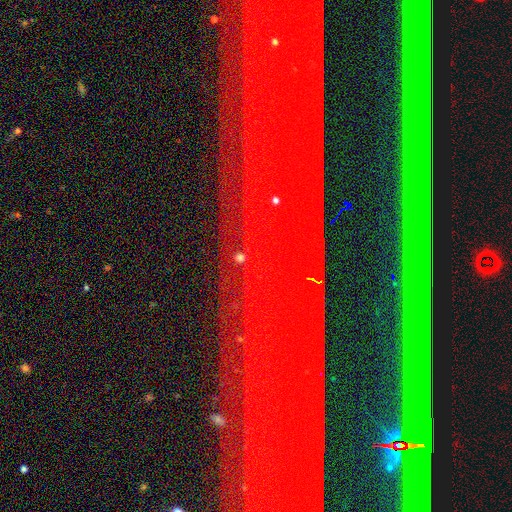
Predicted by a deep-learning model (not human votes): smooth-or-featured: star or artifact: 84% | featured or disk: 10% | smooth: 6%